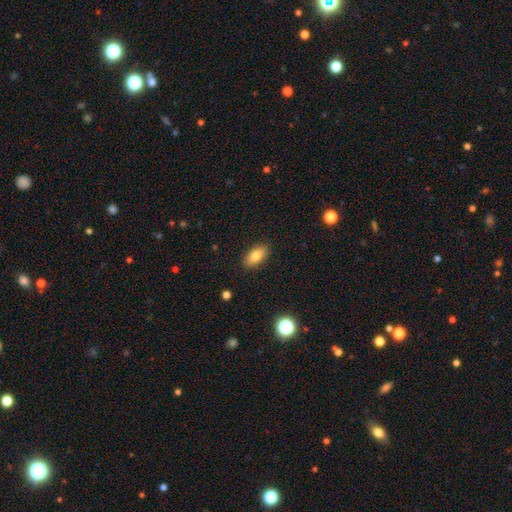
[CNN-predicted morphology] Smooth or featured? Predicted: smooth (p=0.81). How rounded? Predicted: in between (p=0.90). Merging? Predicted: none (p=0.88).